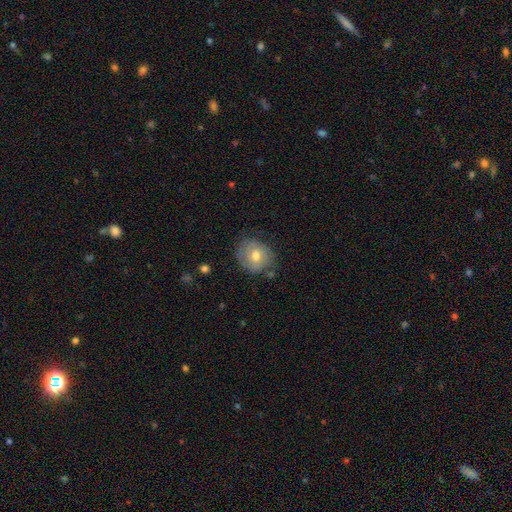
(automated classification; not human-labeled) smooth 60%, featured or disk 33%, star or artifact 8%. Down the decision tree: how rounded — round (72%); merging — none (71%).